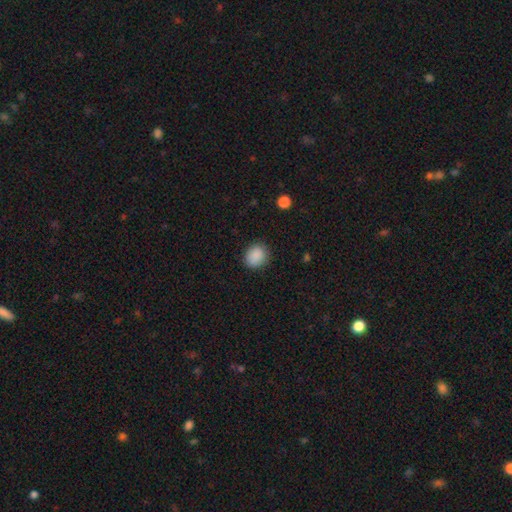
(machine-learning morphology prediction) A smooth galaxy with no disk features (88%) that is round (68%).

Vote fractions:
- Smooth or featured? smooth: 88% / star or artifact: 9% / featured or disk: 3%
- How rounded? round: 68% / in between: 31% / cigar-shaped: 1%
- Merging? none: 86% / minor disturbance: 10% / major disturbance: 3% / merger: 1%